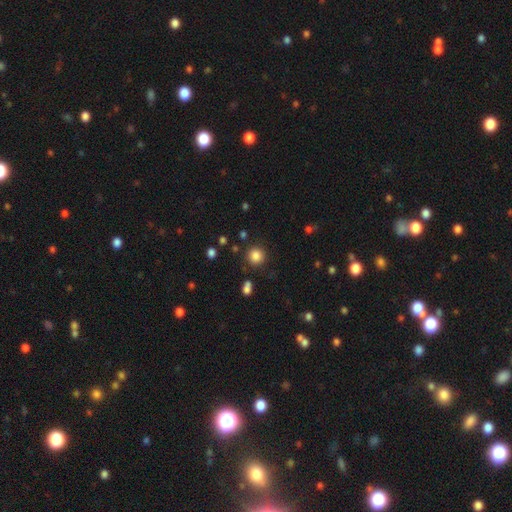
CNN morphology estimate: smooth_or_featured: smooth (p=0.84) [alt: star or artifact p=0.12]
how_rounded: round (p=0.92) [alt: in between p=0.07]
merging: none (p=0.86) [alt: minor disturbance p=0.07]